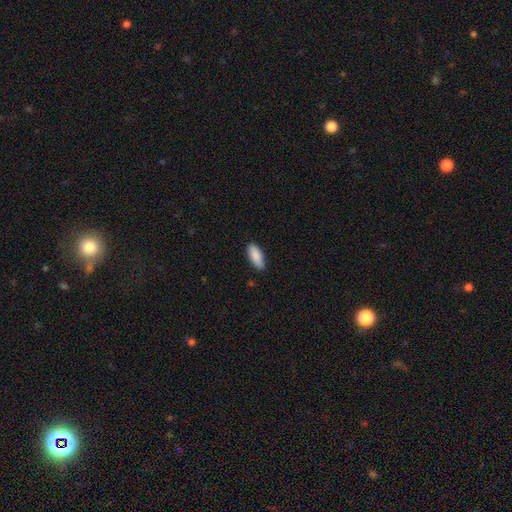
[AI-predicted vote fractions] The model was most divided on "how rounded": in between: 86%, cigar-shaped: 13%, round: 2%. More confident: smooth or featured — smooth (90%); merging — none (88%).